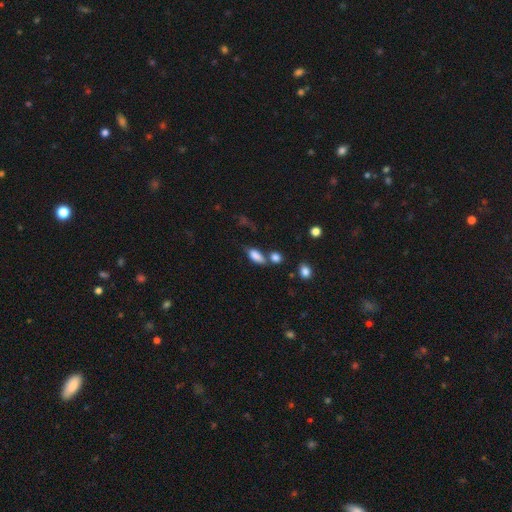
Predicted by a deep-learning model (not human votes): A smooth galaxy with no disk features (82%) that is in between round and cigar-shaped (83%). Merging: none (47%).